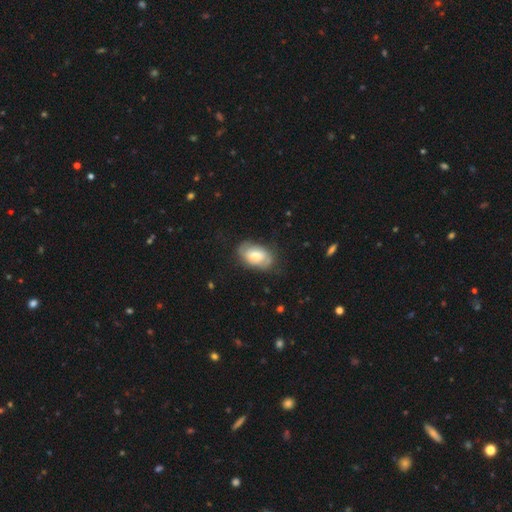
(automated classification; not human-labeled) Smooth or featured? Predicted: smooth (p=0.56). How rounded? Predicted: in between (p=0.92). Merging? Predicted: none (p=0.67).